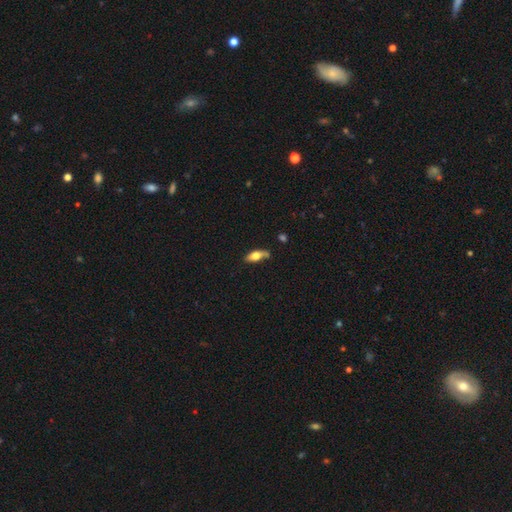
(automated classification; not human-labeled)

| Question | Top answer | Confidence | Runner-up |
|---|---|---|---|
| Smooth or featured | smooth | 60% | featured or disk (34%) |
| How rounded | in between | 72% | cigar-shaped (24%) |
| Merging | none | 64% | minor disturbance (23%) |